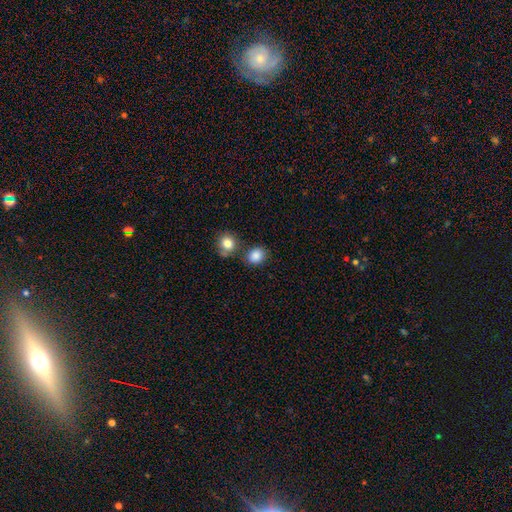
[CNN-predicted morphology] The model was most divided on "how rounded": round: 68%, in between: 31%, cigar-shaped: 1%. More confident: smooth or featured — smooth (86%); merging — none (73%).